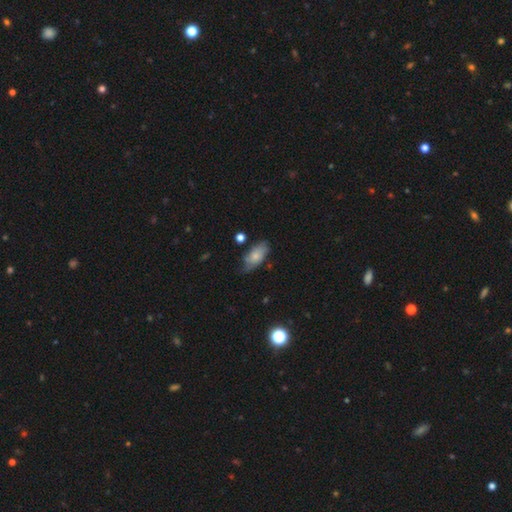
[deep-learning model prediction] Morphology: type=smooth (64%); roundness=in between (89%); merging=none (53%).